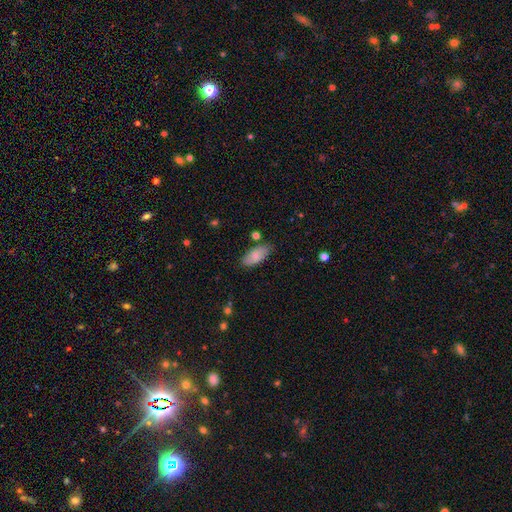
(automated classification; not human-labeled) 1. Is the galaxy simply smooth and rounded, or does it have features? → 74% smooth, 20% featured or disk, 6% star or artifact.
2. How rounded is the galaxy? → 91% in between, 7% cigar-shaped, 2% round.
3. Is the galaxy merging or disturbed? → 79% none, 15% minor disturbance, 3% major disturbance, 3% merger.